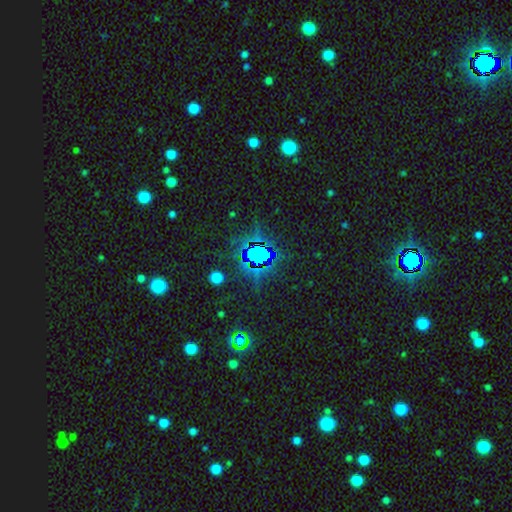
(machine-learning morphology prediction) Q: Smooth or featured?
A: star or artifact (75%); runner-up: smooth (15%)